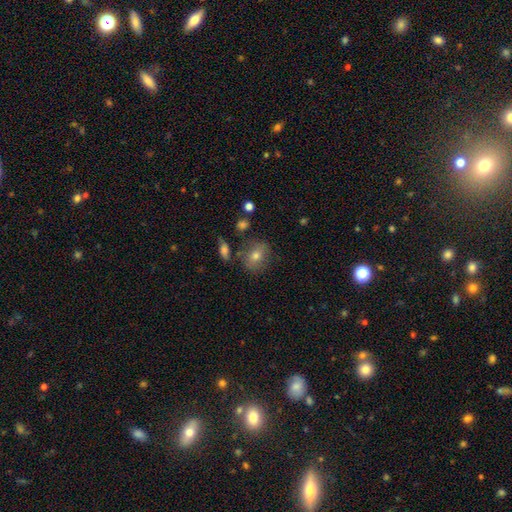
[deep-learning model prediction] This appears to be a smooth galaxy with no disk features (68%) that is round (58%). Merging: none (75%).